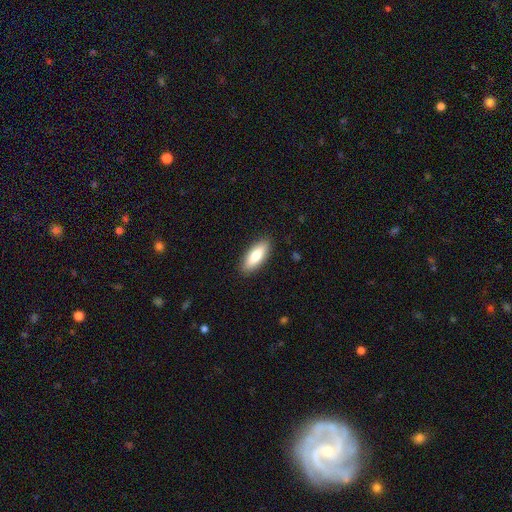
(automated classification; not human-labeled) Overall: smooth (80%). How rounded: in between (67%; cigar-shaped 31%). Merging: none (89%).